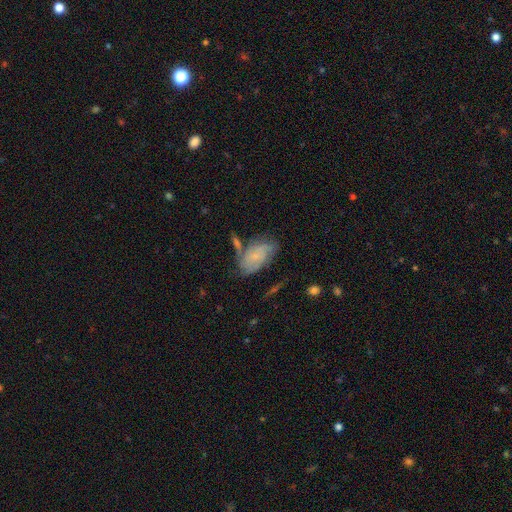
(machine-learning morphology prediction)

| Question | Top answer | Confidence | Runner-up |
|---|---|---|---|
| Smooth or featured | smooth | 48% | featured or disk (43%) |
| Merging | none | 48% | minor disturbance (26%) |